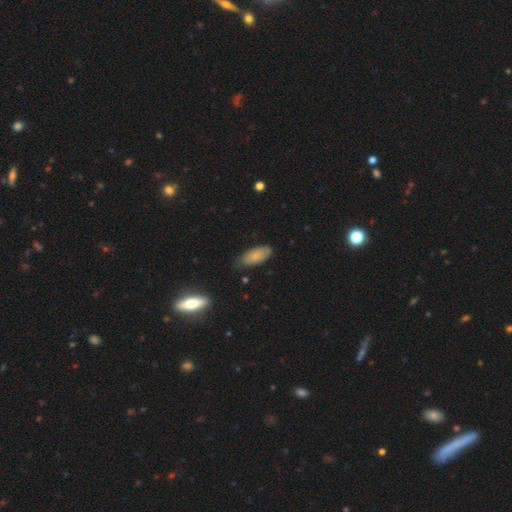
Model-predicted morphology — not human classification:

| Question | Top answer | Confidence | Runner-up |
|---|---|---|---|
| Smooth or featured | smooth | 81% | featured or disk (13%) |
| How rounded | in between | 86% | cigar-shaped (12%) |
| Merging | none | 69% | minor disturbance (25%) |